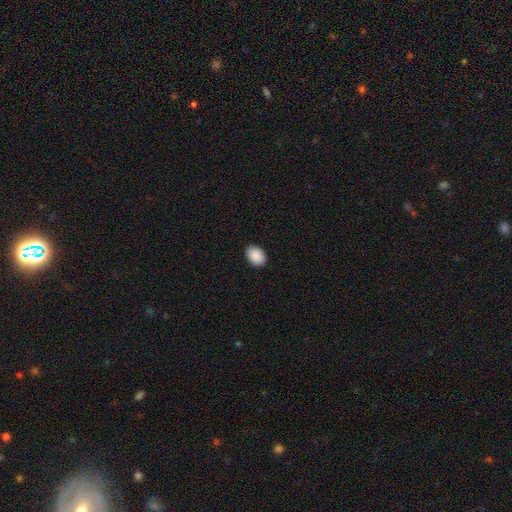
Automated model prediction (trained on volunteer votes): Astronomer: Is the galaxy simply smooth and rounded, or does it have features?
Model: smooth — 90%.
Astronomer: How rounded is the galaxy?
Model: in between — 76%.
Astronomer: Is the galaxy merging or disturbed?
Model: none — 89%.